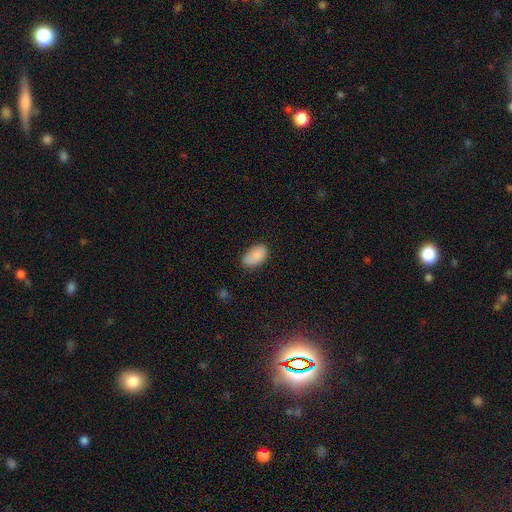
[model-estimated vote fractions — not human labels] This is clearly a smooth galaxy (86%). How rounded: clearly in between (93%). Merging: likely none (69%).